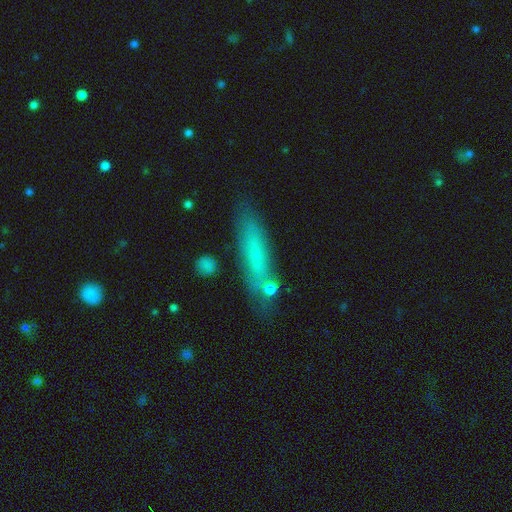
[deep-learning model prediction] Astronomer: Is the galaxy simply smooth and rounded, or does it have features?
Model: smooth — 65%.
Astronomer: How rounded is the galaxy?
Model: cigar-shaped — 81%.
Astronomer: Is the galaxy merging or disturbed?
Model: none — 76%.